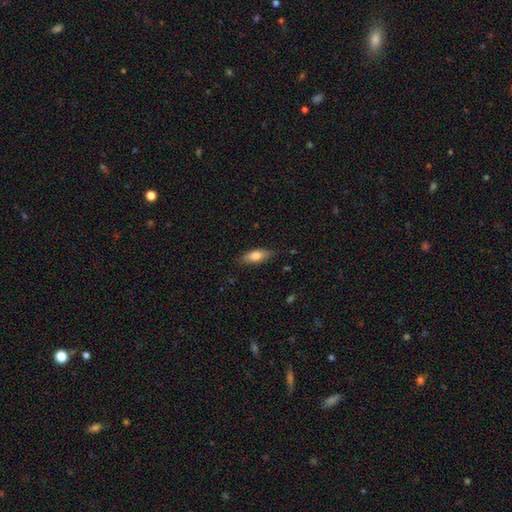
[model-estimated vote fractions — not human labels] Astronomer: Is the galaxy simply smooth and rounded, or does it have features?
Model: smooth — 77%.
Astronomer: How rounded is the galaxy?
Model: in between — 77%.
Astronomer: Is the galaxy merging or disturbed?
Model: none — 82%.